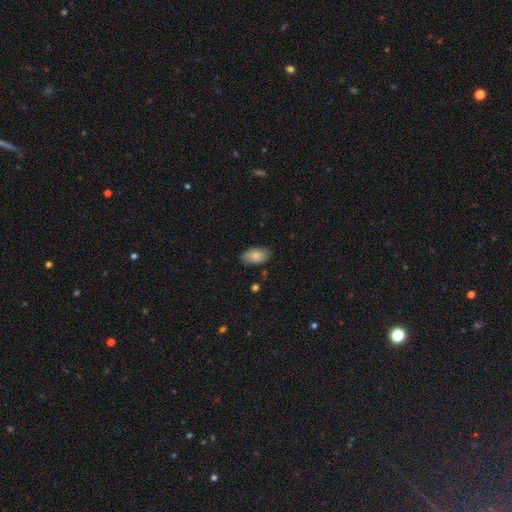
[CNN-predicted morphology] smooth-or-featured: smooth: 84% | featured or disk: 9% | star or artifact: 7%
  how-rounded: in between: 94% | round: 4% | cigar-shaped: 2%
  merging: none: 82% | minor disturbance: 14% | major disturbance: 3% | merger: 1%